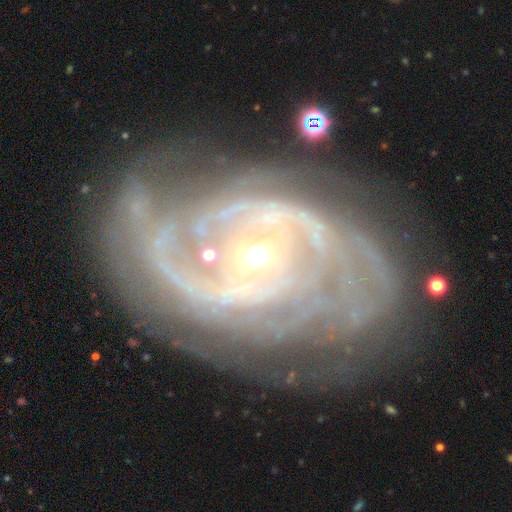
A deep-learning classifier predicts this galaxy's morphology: type=featured or disk (89%); edge-on=no (97%); bar=no (55%); spiral arms=yes (93%); winding=tight (55%); arm count=2 (42%); bulge=small (56%); merging=none (57%).